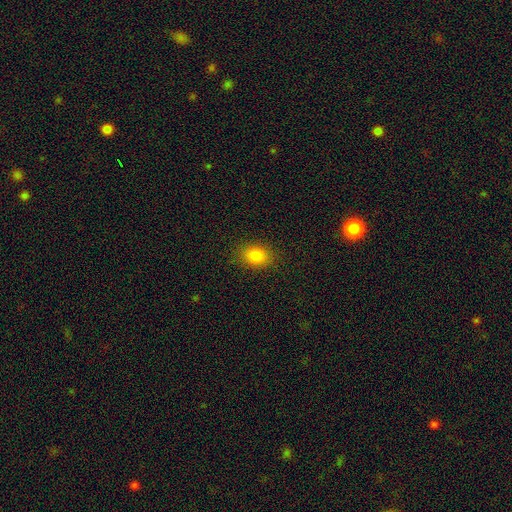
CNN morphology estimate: type=smooth (82%); roundness=in between (65%); merging=none (87%).